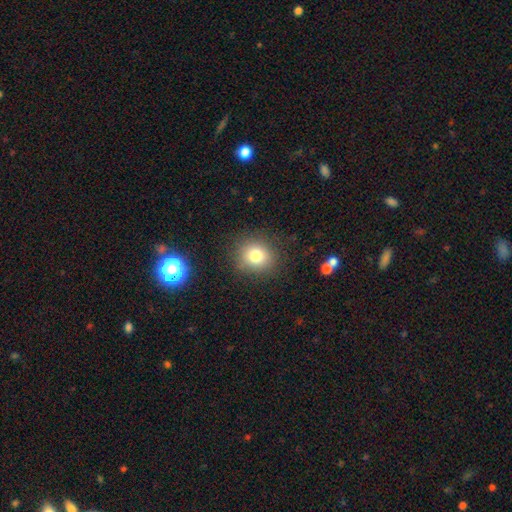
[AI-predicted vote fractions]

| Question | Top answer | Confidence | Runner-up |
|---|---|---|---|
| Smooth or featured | smooth | 78% | star or artifact (13%) |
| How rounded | round | 82% | in between (17%) |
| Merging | none | 85% | minor disturbance (10%) |